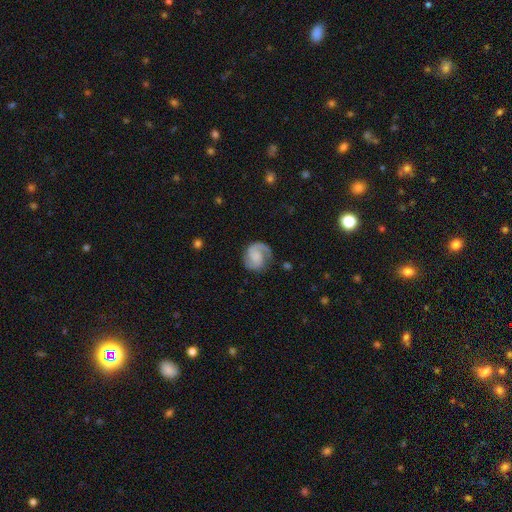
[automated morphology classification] Smooth or featured: featured or disk — 77% (smooth — 16%)
Edge-on disk: no — 98% (yes — 2%)
Bar: no — 59% (weak — 34%)
Spiral arms: yes — 96% (no — 4%)
Spiral winding: medium — 47% (tight — 32%)
Spiral arm count: 2 — 77% (1 — 15%)
Bulge size: none — 52% (small — 19%)
Merging: none — 71% (minor disturbance — 17%)